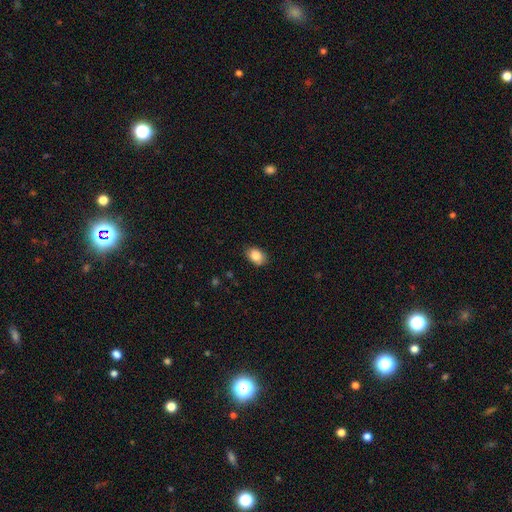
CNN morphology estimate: This is clearly a smooth galaxy (87%). How rounded: clearly in between (80%). Merging: clearly none (84%).